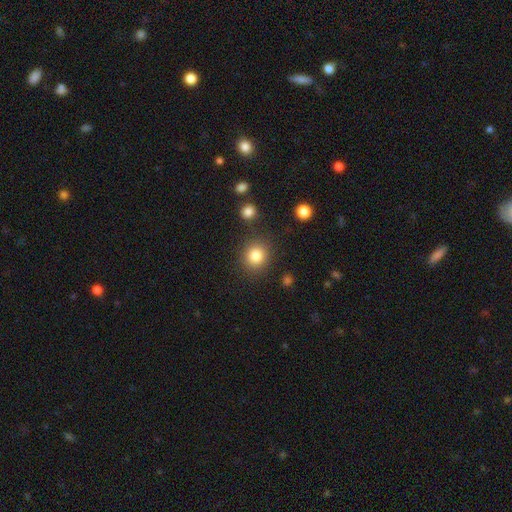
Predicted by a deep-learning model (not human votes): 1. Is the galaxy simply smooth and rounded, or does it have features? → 84% smooth, 10% star or artifact, 6% featured or disk.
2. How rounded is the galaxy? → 85% round, 15% in between, 1% cigar-shaped.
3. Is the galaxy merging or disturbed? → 85% none, 8% minor disturbance, 3% merger, 3% major disturbance.